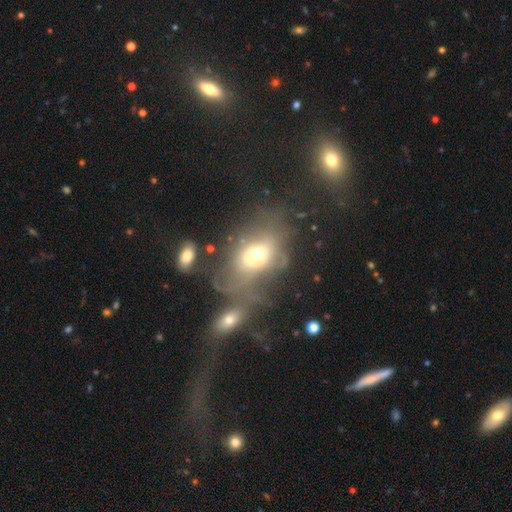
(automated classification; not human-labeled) Overall: smooth (50%; featured or disk 36%). Merging: major disturbance (30%; merger 29%).